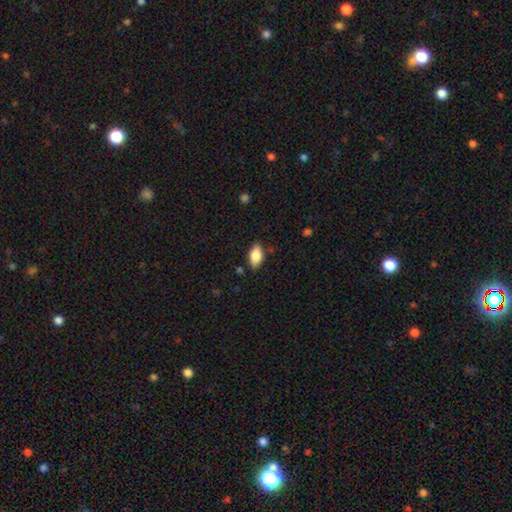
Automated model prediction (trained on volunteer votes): This appears to be a smooth galaxy with no disk features (84%) that is in between round and cigar-shaped (92%). Merging: none (84%).